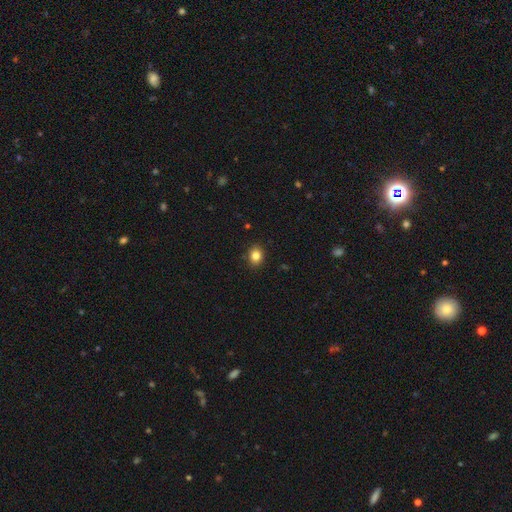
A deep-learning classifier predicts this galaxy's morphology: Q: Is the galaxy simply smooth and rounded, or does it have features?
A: smooth — 85%.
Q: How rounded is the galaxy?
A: round — 54%.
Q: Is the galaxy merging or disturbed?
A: none — 89%.